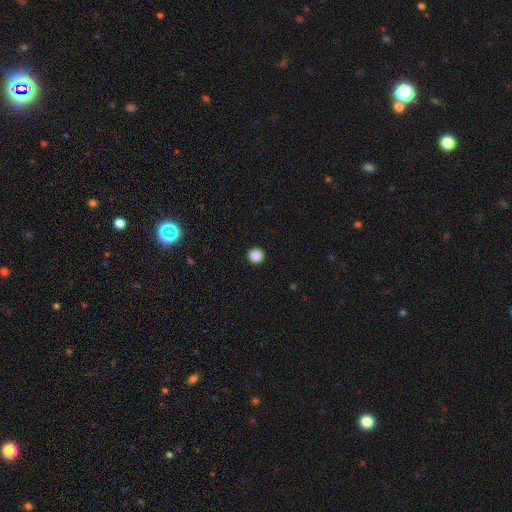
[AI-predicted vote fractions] The model was most divided on "smooth or featured": smooth: 88%, star or artifact: 10%, featured or disk: 2%. More confident: how rounded — round (96%); merging — none (94%).